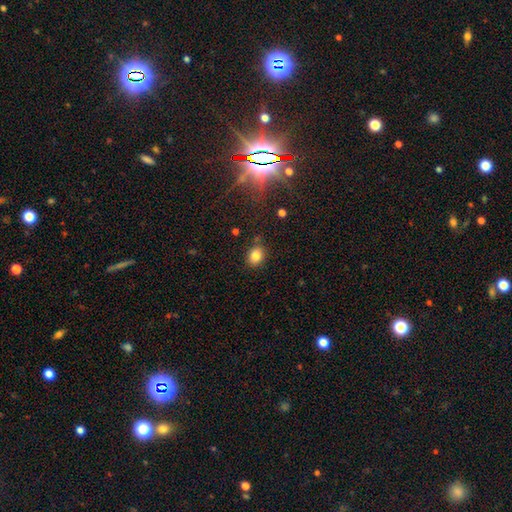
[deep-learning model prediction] smooth 83%, star or artifact 11%, featured or disk 7%. Down the decision tree: how rounded — in between (57%); merging — none (80%).